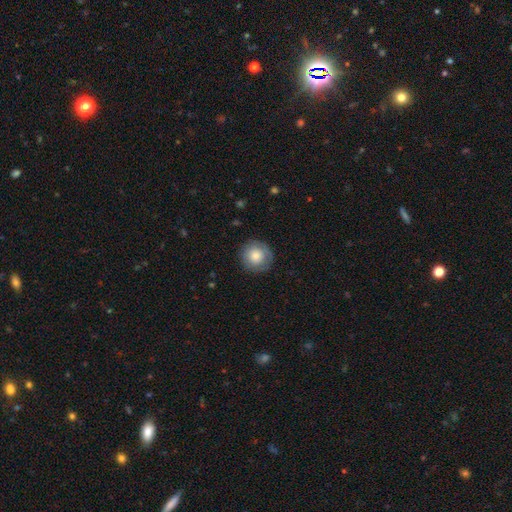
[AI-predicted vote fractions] Smooth or featured?
  - smooth: 79% *
  - featured or disk: 13%
  - star or artifact: 8%
How rounded?
  - round: 95% *
  - in between: 4%
  - cigar-shaped: 1%
Merging?
  - none: 86% *
  - minor disturbance: 10%
  - major disturbance: 3%
  - merger: 1%